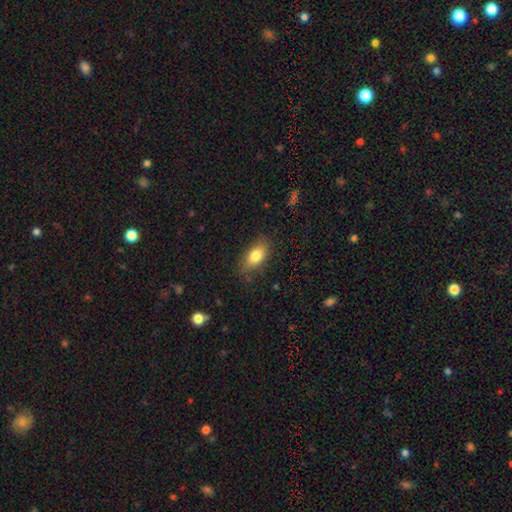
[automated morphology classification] smooth_or_featured: smooth (p=0.81) [alt: featured or disk p=0.12]
how_rounded: in between (p=0.87) [alt: round p=0.06]
merging: none (p=0.80) [alt: minor disturbance p=0.15]